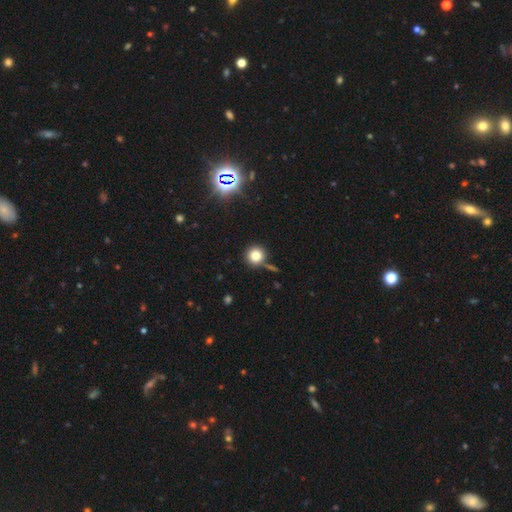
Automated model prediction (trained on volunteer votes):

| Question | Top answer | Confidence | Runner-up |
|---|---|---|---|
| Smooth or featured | smooth | 80% | star or artifact (14%) |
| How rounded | round | 93% | in between (6%) |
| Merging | none | 77% | minor disturbance (10%) |